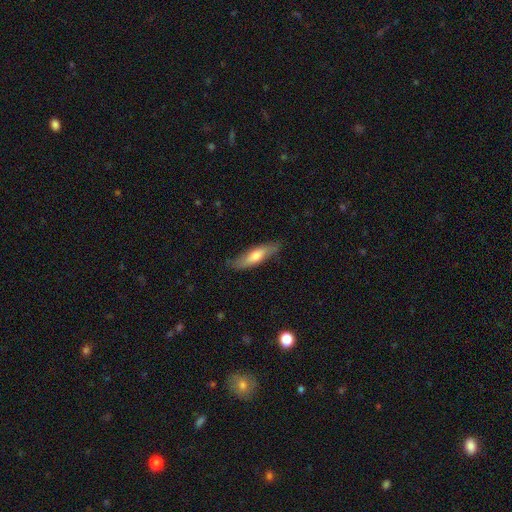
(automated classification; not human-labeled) Smooth or featured? Predicted: smooth (p=0.59). How rounded? Predicted: cigar-shaped (p=0.62). Merging? Predicted: none (p=0.77).